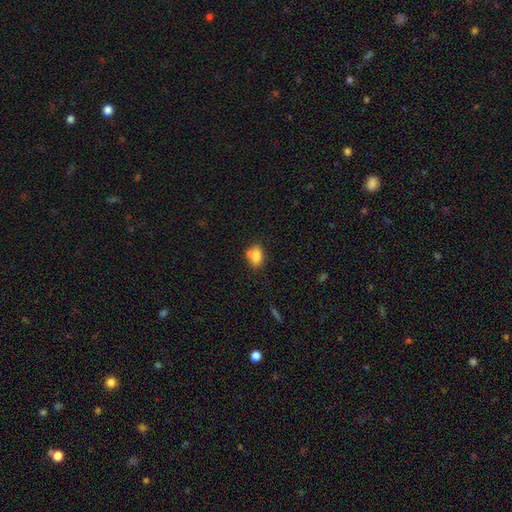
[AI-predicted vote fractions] Smooth or featured: smooth — 79% (featured or disk — 11%)
How rounded: in between — 75% (round — 21%)
Merging: none — 53% (minor disturbance — 22%)